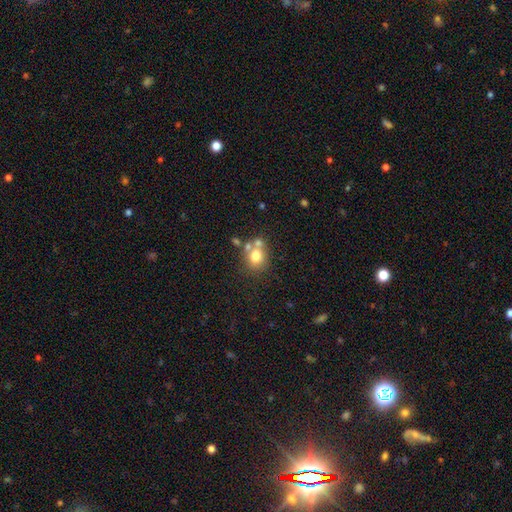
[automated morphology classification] smooth_or_featured: smooth (p=0.72) [alt: featured or disk p=0.16]
how_rounded: round (p=0.66) [alt: in between p=0.33]
merging: none (p=0.52) [alt: merger p=0.31]